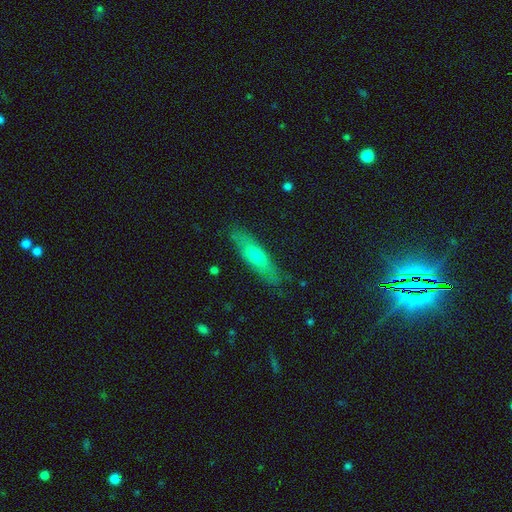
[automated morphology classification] Smooth or featured? smooth (60%)
How rounded? cigar-shaped (66%)
Merging? none (77%)